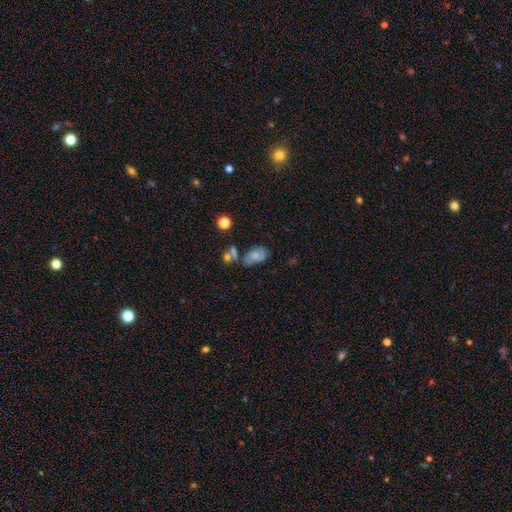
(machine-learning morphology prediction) A smooth galaxy with no disk features (51%) that is in between round and cigar-shaped (84%).

Vote fractions:
- Smooth or featured? smooth: 51% / featured or disk: 37% / star or artifact: 12%
- How rounded? in between: 84% / round: 14% / cigar-shaped: 2%
- Merging? none: 47% / minor disturbance: 27% / merger: 14% / major disturbance: 12%